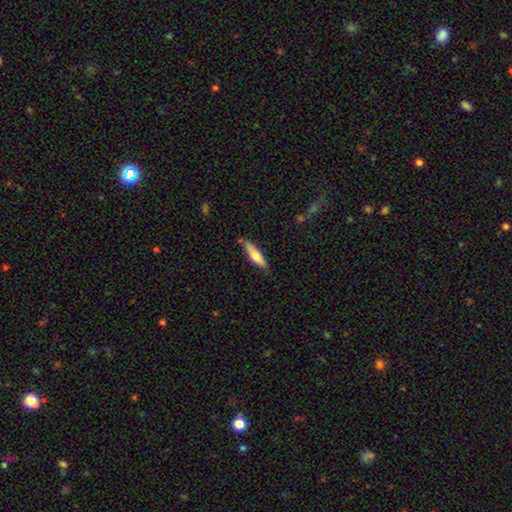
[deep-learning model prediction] Smooth or featured: smooth — 65% (featured or disk — 29%)
How rounded: cigar-shaped — 74% (in between — 24%)
Merging: none — 80% (minor disturbance — 15%)